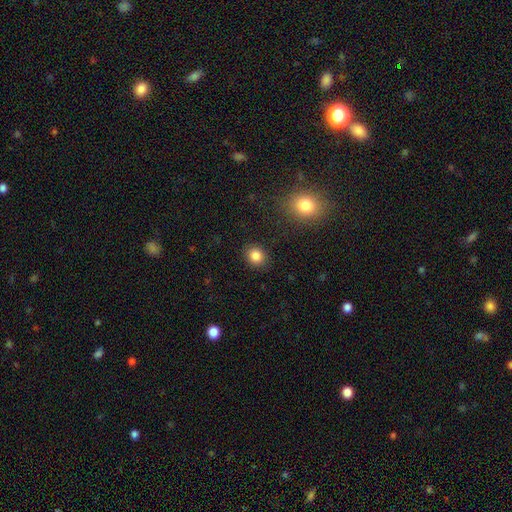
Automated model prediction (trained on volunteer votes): A smooth galaxy with no disk features (85%) that is round (73%).

Vote fractions:
- Smooth or featured? smooth: 85% / star or artifact: 11% / featured or disk: 5%
- How rounded? round: 73% / in between: 26% / cigar-shaped: 1%
- Merging? none: 89% / minor disturbance: 7% / major disturbance: 2% / merger: 1%